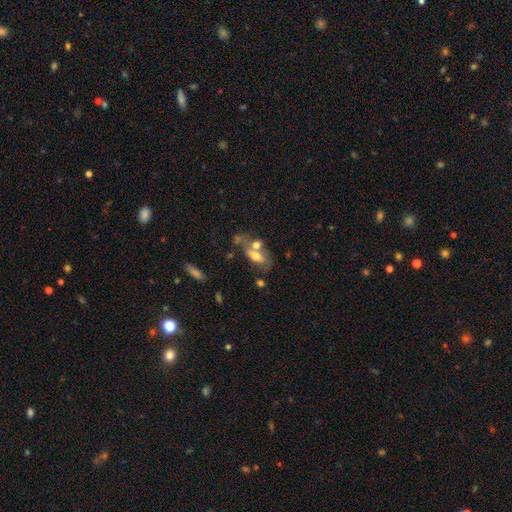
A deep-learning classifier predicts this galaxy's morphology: Overall: smooth (54%; featured or disk 36%). How rounded: in between (79%). Merging: merger (46%; none 29%).